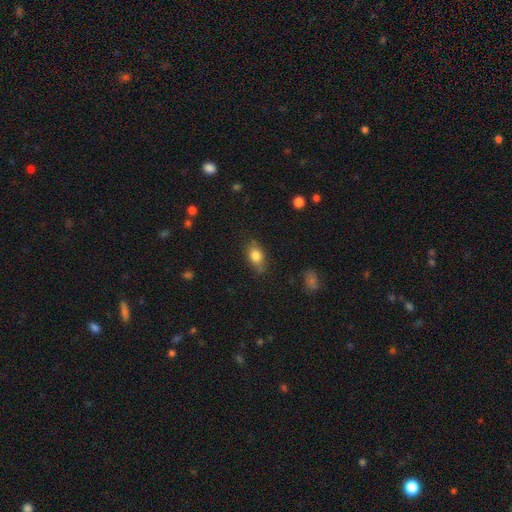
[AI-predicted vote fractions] Morphology: type=smooth (81%); roundness=in between (81%); merging=none (74%).